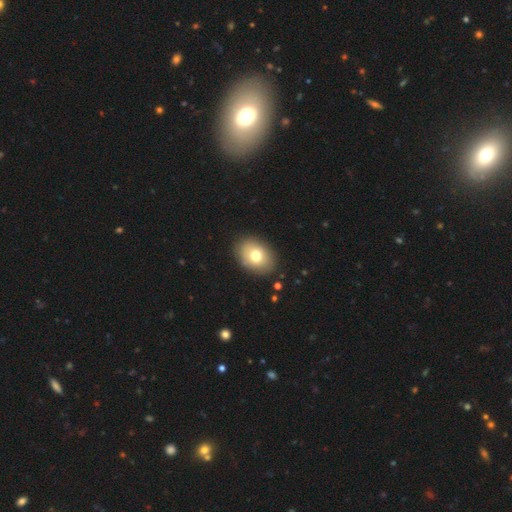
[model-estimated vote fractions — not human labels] smooth 73%, featured or disk 18%, star or artifact 8%. Down the decision tree: how rounded — in between (73%); merging — none (88%).